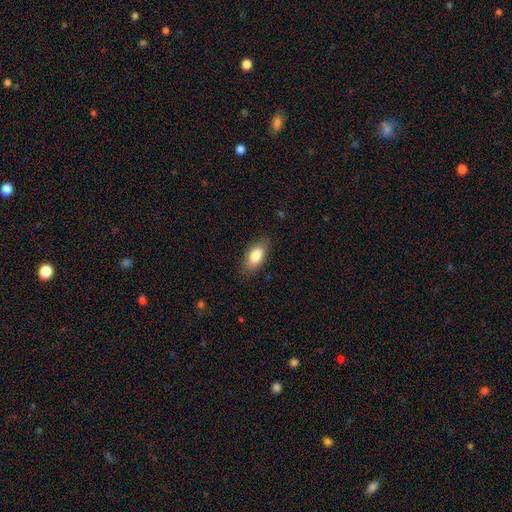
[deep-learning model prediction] The model was most divided on "merging": none: 82%, minor disturbance: 14%, major disturbance: 3%, merger: 1%. More confident: how rounded — in between (89%); smooth or featured — smooth (82%).